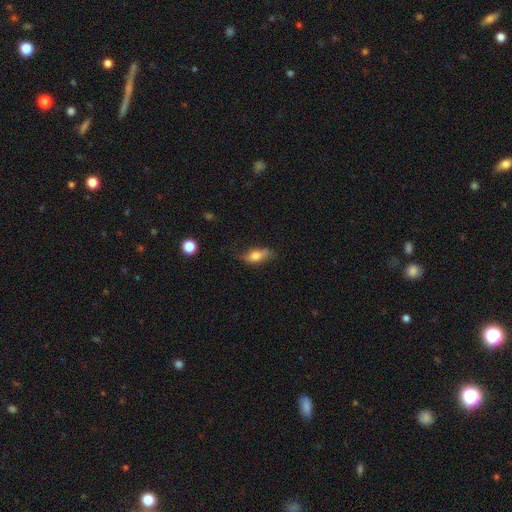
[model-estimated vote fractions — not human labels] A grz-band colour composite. It shows a smooth galaxy with no disk features (70%) that is in between round and cigar-shaped (74%). Merging: none (61%).